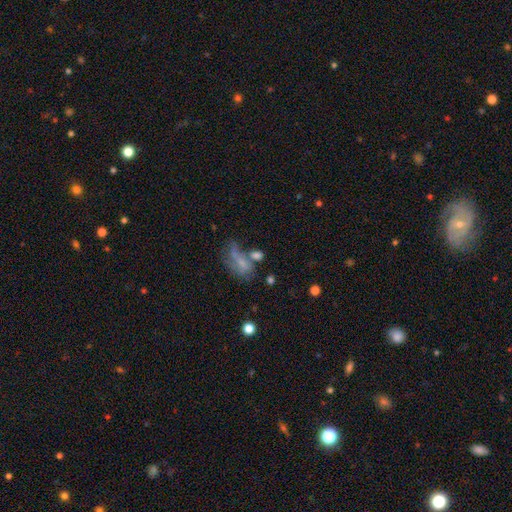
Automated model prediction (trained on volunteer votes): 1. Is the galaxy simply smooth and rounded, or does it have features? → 61% smooth, 25% featured or disk, 14% star or artifact.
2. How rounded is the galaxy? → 78% in between, 15% round, 7% cigar-shaped.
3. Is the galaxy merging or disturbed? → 34% merger, 29% none, 21% major disturbance, 16% minor disturbance.